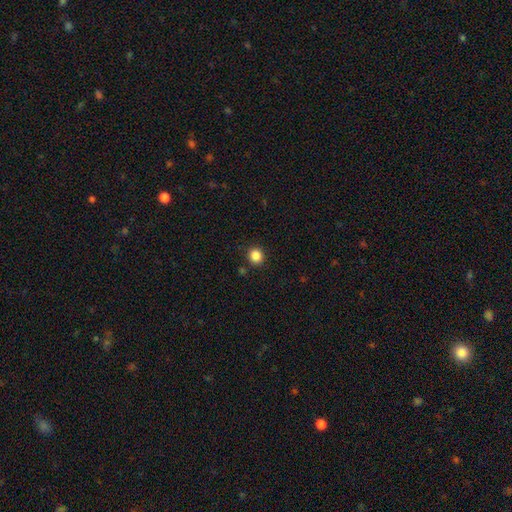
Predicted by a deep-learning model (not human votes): Overall: smooth (86%). How rounded: round (88%). Merging: none (90%).